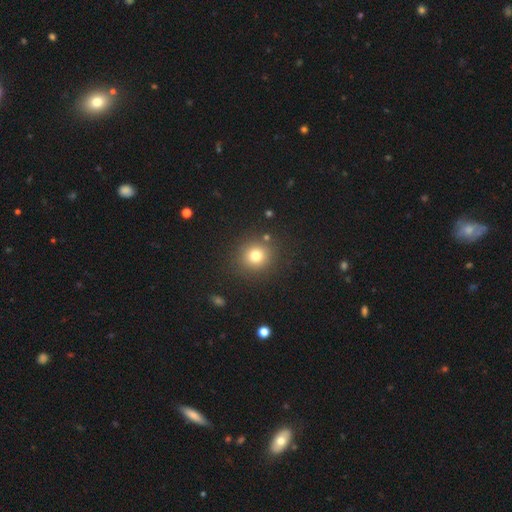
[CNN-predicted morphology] Q: Smooth or featured?
A: smooth (77%); runner-up: star or artifact (15%)
Q: How rounded?
A: round (89%); runner-up: in between (10%)
Q: Merging?
A: none (87%); runner-up: minor disturbance (7%)